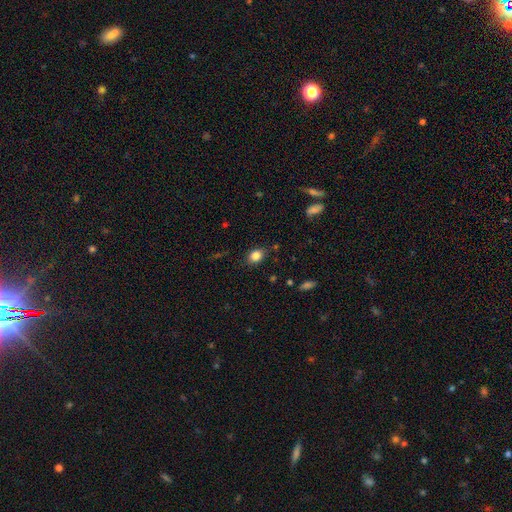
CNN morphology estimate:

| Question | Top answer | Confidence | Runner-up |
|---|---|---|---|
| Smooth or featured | smooth | 84% | star or artifact (11%) |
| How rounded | in between | 56% | round (43%) |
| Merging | none | 83% | minor disturbance (12%) |